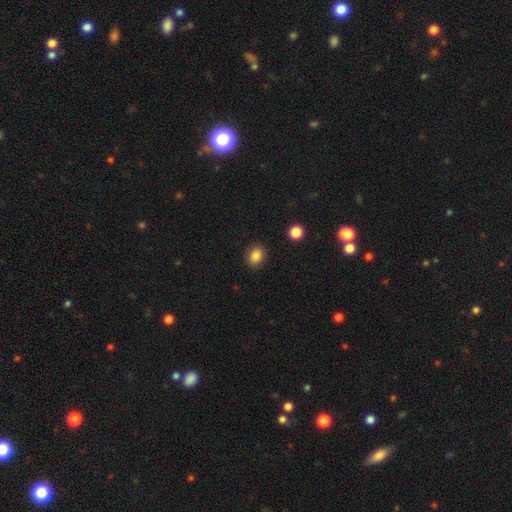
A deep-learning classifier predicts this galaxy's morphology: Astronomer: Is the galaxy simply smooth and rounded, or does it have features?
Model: smooth — 86%.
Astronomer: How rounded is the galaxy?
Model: in between — 54% (runner-up: round, 45%).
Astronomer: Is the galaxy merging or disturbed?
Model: none — 89%.